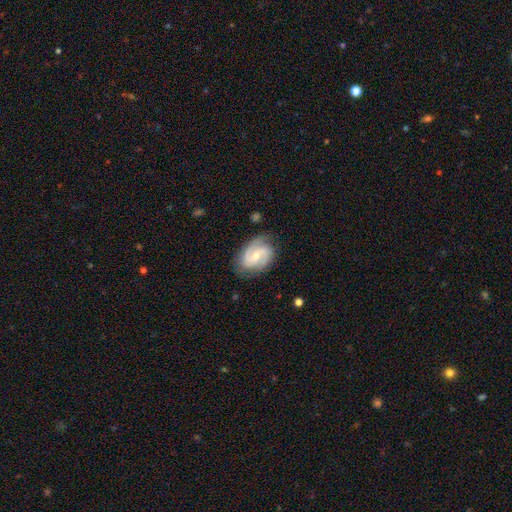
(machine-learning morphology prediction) Overall: featured or disk (82%). Edge-on disk: no (97%). Bar: weak (47%; no 39%). Spiral arms: yes (96%). Spiral arm count: 2 (83%). Spiral winding: medium (50%; tight 32%). Bulge size: small (54%; moderate 42%). Merging: none (77%).